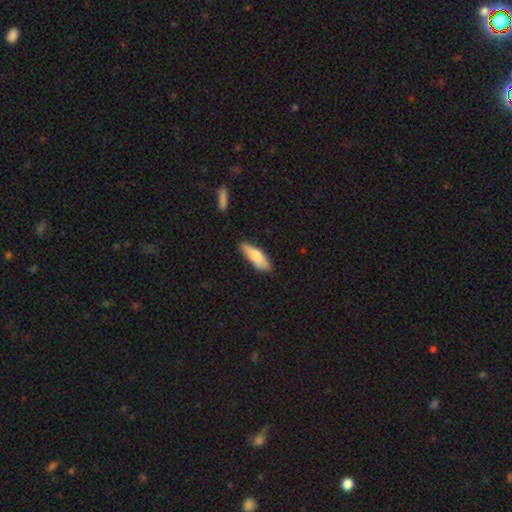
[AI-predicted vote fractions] Overall: smooth (73%). How rounded: in between (52%; cigar-shaped 46%). Merging: none (78%).